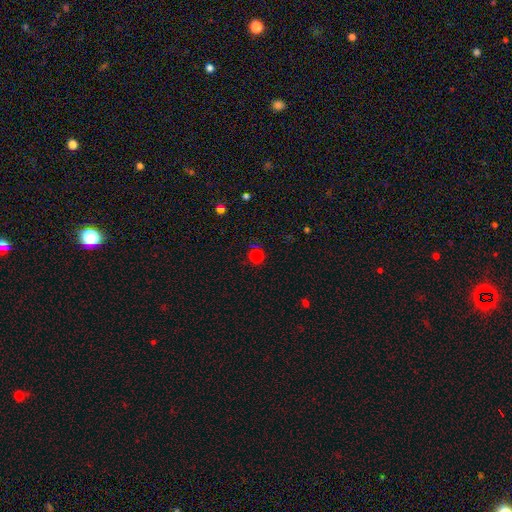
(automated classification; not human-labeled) Smooth or featured?
  - smooth: 79% *
  - star or artifact: 16%
  - featured or disk: 5%
How rounded?
  - round: 94% *
  - in between: 5%
  - cigar-shaped: 1%
Merging?
  - none: 86% *
  - minor disturbance: 9%
  - major disturbance: 3%
  - merger: 2%